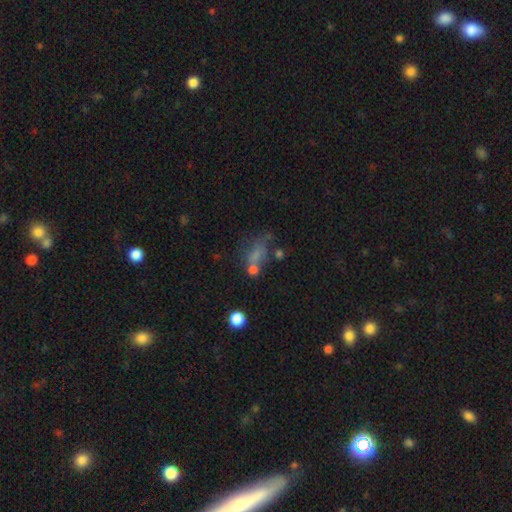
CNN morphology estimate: Smooth or featured? smooth (49%)
Merging? none (35%)